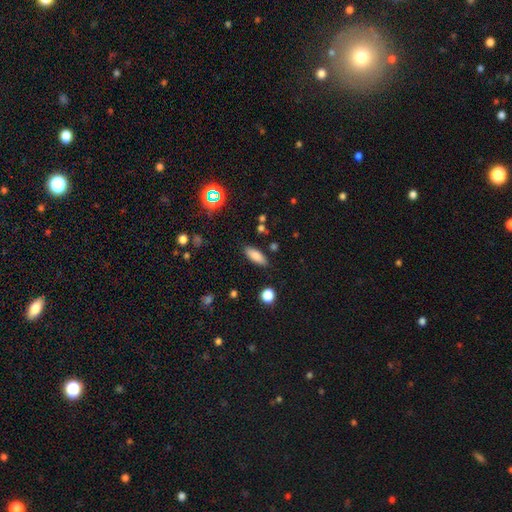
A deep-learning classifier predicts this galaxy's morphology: A smooth galaxy with no disk features (82%) that is in between round and cigar-shaped (74%).

Vote fractions:
- Smooth or featured? smooth: 82% / star or artifact: 9% / featured or disk: 9%
- How rounded? in between: 74% / cigar-shaped: 23% / round: 3%
- Merging? none: 85% / minor disturbance: 10% / major disturbance: 3% / merger: 2%